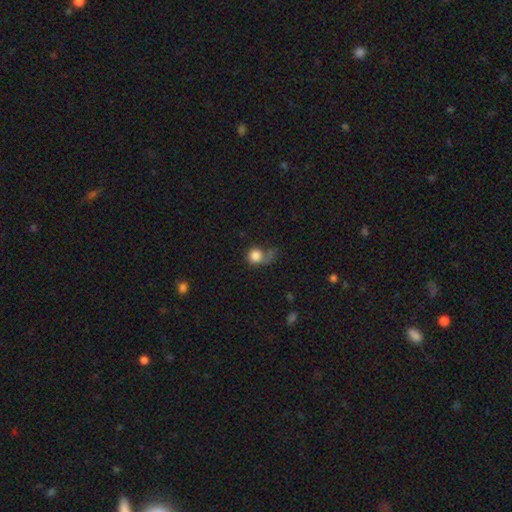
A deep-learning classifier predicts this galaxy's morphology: This appears to be a smooth galaxy with no disk features (81%) that is round (81%). Merging: major disturbance (34%).